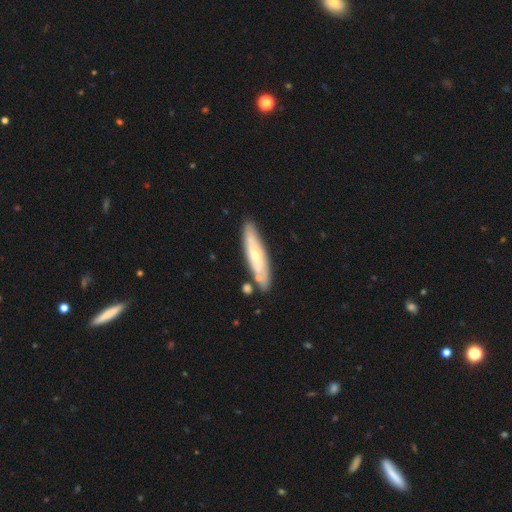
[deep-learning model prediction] A featured or disk galaxy (51%) viewed edge-on (53%).

Vote fractions:
- Smooth or featured? featured or disk: 51% / smooth: 44% / star or artifact: 5%
- Edge-on disk? yes: 53% / no: 47%
- Merging? none: 76% / minor disturbance: 13% / merger: 8% / major disturbance: 3%